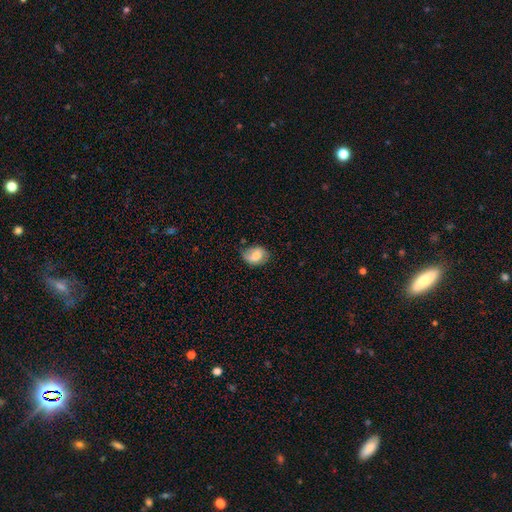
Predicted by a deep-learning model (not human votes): Smooth or featured? Predicted: smooth (p=0.73). How rounded? Predicted: in between (p=0.67). Merging? Predicted: none (p=0.62).